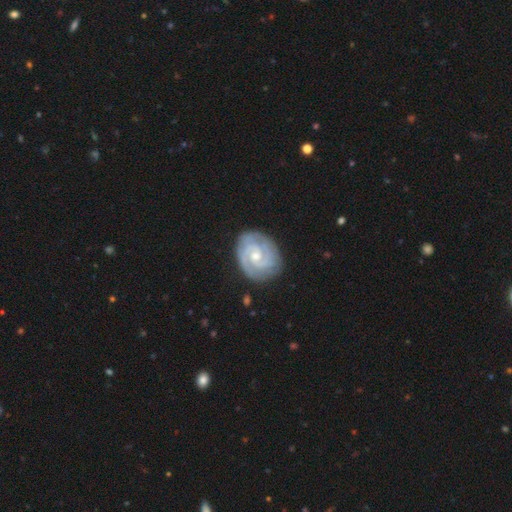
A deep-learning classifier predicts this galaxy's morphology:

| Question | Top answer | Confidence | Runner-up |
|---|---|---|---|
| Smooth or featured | featured or disk | 90% | smooth (6%) |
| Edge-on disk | no | 98% | yes (2%) |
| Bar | no | 53% | weak (39%) |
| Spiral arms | yes | 98% | no (2%) |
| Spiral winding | tight | 68% | medium (28%) |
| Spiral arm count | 2 | 67% | 3 (17%) |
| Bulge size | moderate | 50% | small (46%) |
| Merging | none | 81% | minor disturbance (14%) |